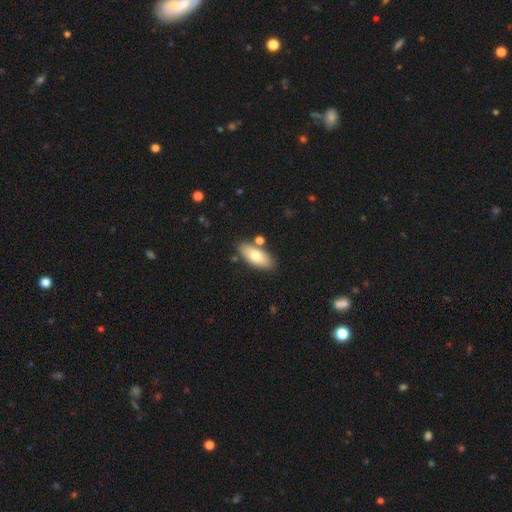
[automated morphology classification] This is likely a smooth galaxy (73%). How rounded: clearly in between (82%). Merging: likely none (79%).